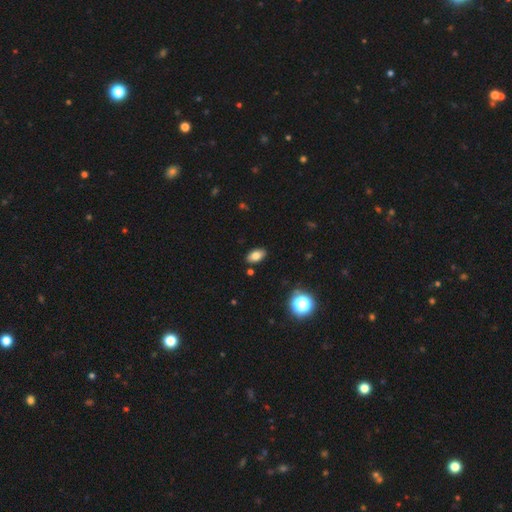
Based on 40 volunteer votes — Morphology: type=smooth (82%); roundness=in between (91%); merging=none (94%).